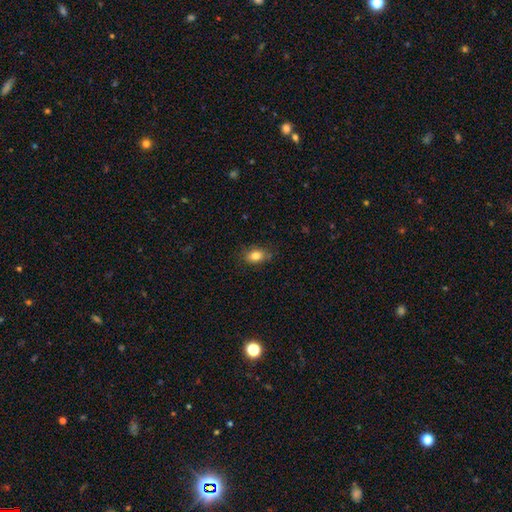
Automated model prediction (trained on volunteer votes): The model was most divided on "how rounded": in between: 73%, round: 25%, cigar-shaped: 1%. More confident: smooth or featured — smooth (82%); merging — none (80%).